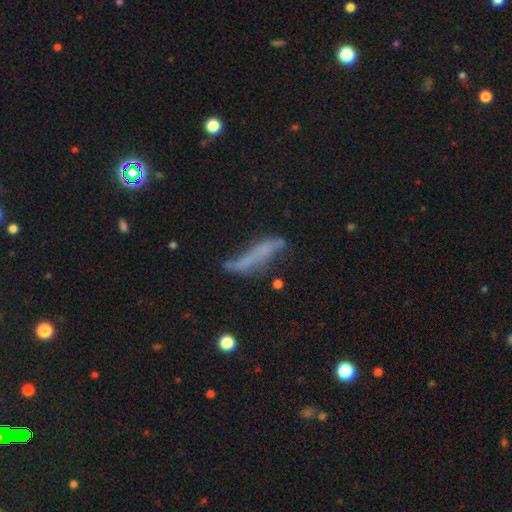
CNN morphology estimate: This is possibly a smooth galaxy (45%). Merging: marginally none (45%).